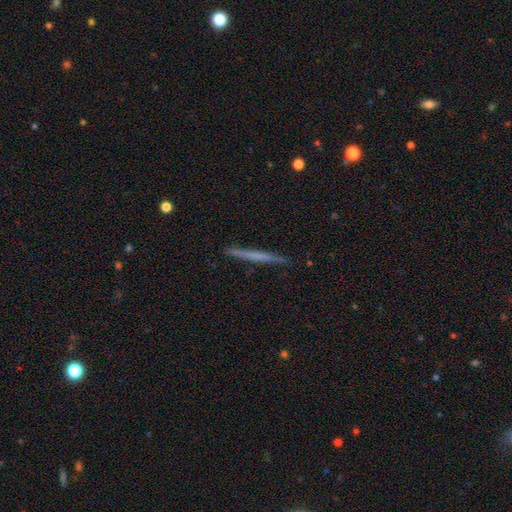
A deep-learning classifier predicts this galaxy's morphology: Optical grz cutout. It shows a smooth galaxy with no disk features (48%). Merging: none (89%).